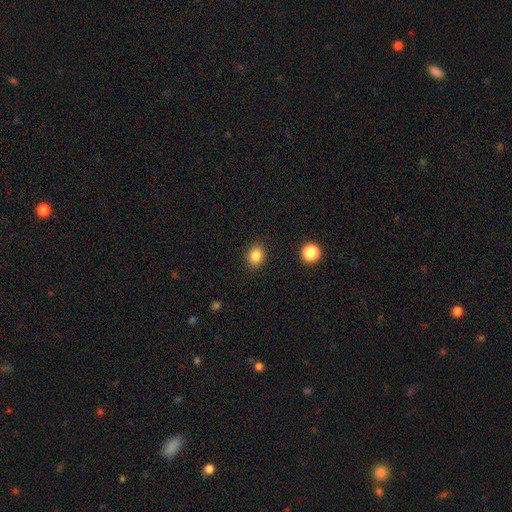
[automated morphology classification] This is clearly a smooth galaxy (83%). How rounded: possibly round (50%). Merging: clearly none (88%).